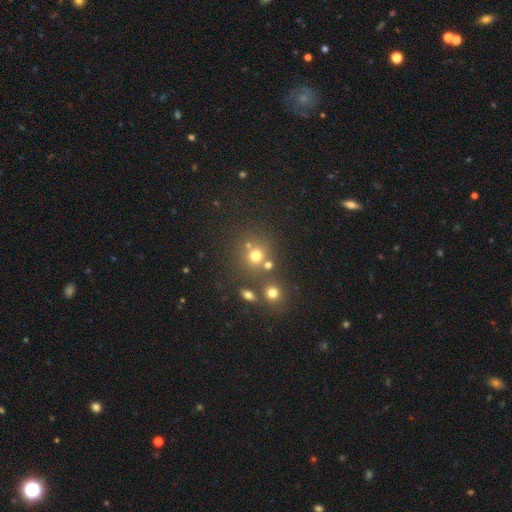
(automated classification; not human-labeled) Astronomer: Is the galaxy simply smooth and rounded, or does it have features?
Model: smooth — 70%.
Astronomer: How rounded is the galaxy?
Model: round — 86%.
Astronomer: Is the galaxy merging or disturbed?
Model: none — 67%.